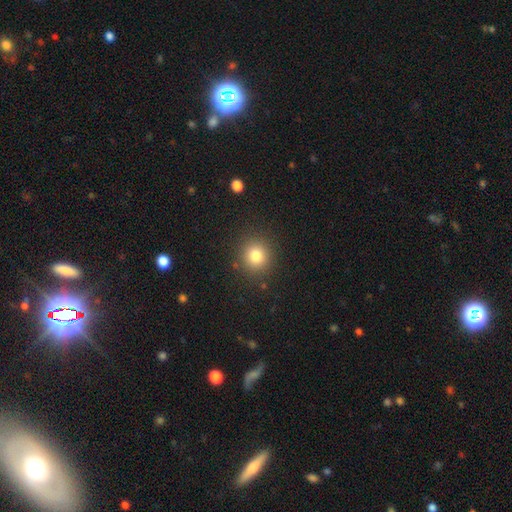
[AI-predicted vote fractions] smooth 80%, star or artifact 13%, featured or disk 7%. Down the decision tree: how rounded — round (89%); merging — none (89%).